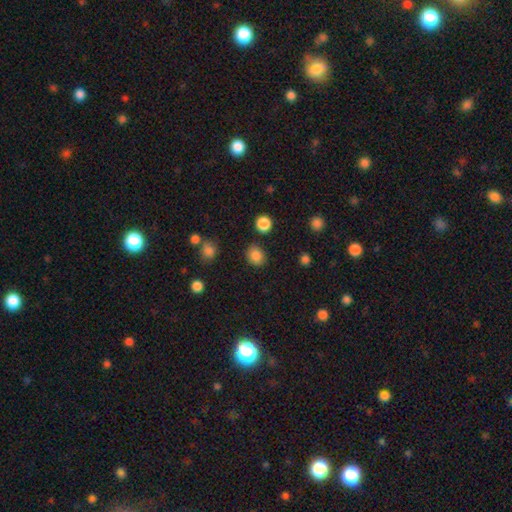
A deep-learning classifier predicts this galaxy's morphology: A smooth galaxy with no disk features (85%) that is round (64%).

Vote fractions:
- Smooth or featured? smooth: 85% / star or artifact: 11% / featured or disk: 4%
- How rounded? round: 64% / in between: 35% / cigar-shaped: 1%
- Merging? none: 85% / minor disturbance: 9% / merger: 3% / major disturbance: 3%